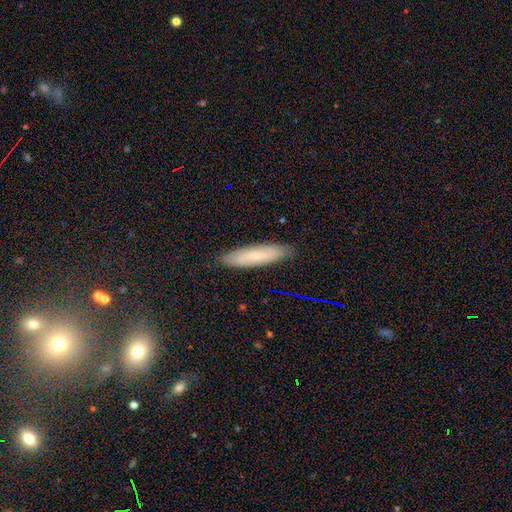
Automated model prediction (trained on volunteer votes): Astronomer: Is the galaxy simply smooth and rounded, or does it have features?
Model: smooth — 63%.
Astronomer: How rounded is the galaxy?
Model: cigar-shaped — 73%.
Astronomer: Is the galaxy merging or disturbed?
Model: none — 87%.